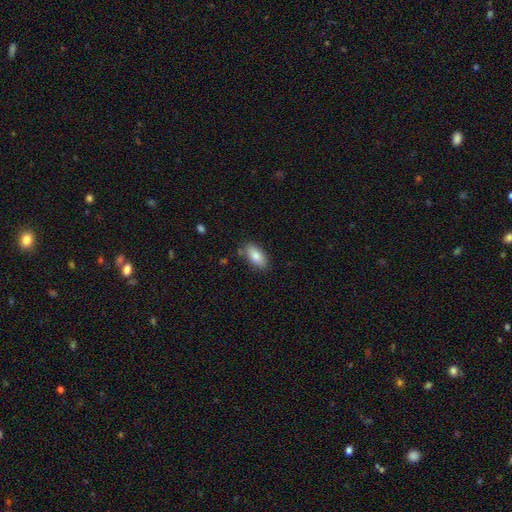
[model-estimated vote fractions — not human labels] Overall: smooth (83%). How rounded: in between (91%). Merging: none (80%).